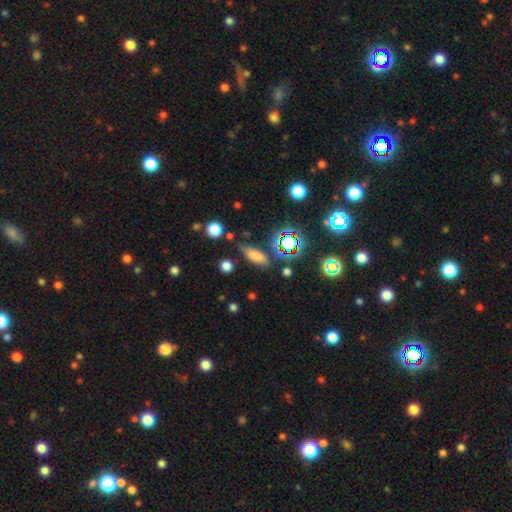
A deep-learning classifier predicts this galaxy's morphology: A smooth galaxy with no disk features (70%) that is in between round and cigar-shaped (61%). Merging: none (71%).